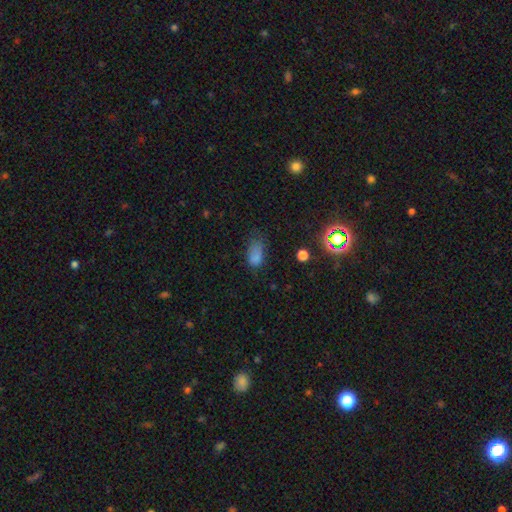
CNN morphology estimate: A smooth galaxy with no disk features (72%) that is in between round and cigar-shaped (88%).

Vote fractions:
- Smooth or featured? smooth: 72% / star or artifact: 17% / featured or disk: 10%
- How rounded? in between: 88% / round: 9% / cigar-shaped: 3%
- Merging? none: 35% / minor disturbance: 34% / major disturbance: 27% / merger: 3%